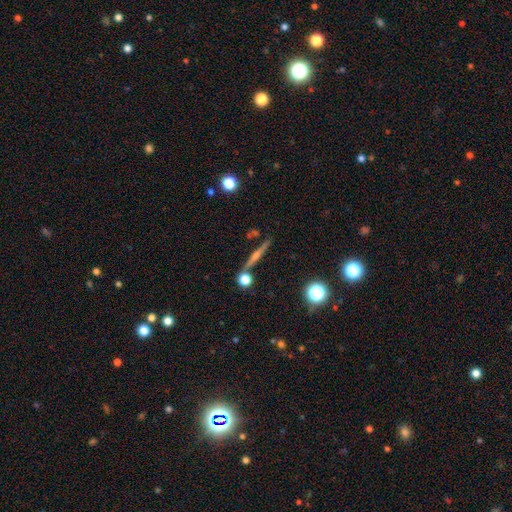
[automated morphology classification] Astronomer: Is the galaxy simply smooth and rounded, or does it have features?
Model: featured or disk — 75%.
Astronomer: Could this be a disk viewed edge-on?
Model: yes — 96%.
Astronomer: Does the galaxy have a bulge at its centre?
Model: rounded — 82%.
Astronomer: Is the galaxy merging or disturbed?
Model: none — 83%.